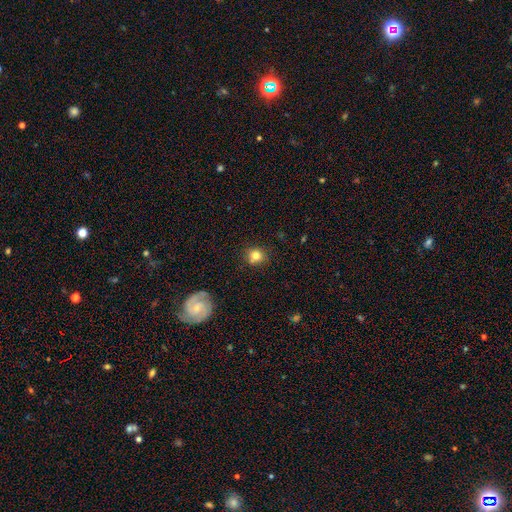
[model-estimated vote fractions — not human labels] smooth 77%, star or artifact 12%, featured or disk 11%. Down the decision tree: how rounded — round (83%); merging — none (76%).